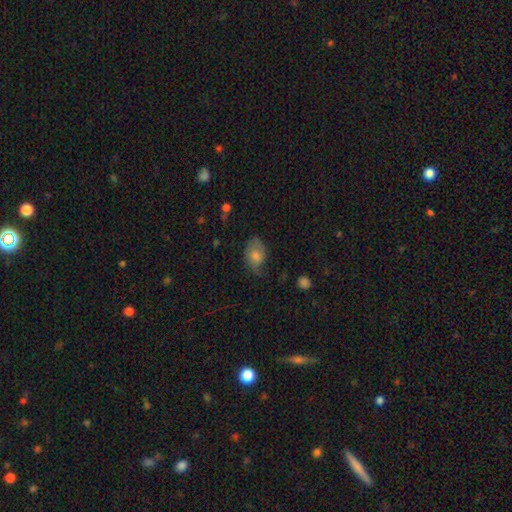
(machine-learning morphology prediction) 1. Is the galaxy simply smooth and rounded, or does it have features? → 46% smooth, 43% featured or disk, 11% star or artifact.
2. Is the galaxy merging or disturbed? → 53% none, 28% minor disturbance, 16% major disturbance, 2% merger.